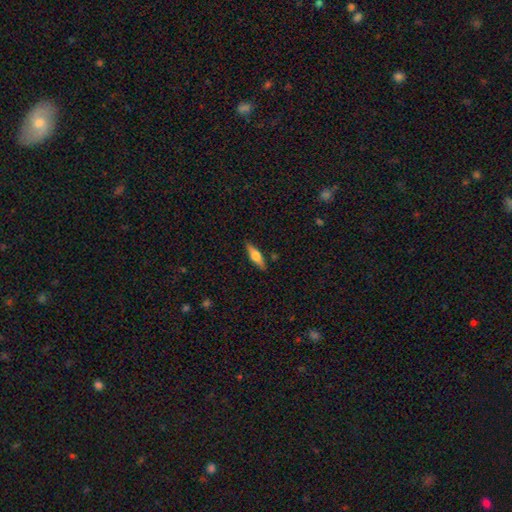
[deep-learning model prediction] Smooth or featured: featured or disk — 47% (tied with smooth — 47%)
Merging: none — 88% (minor disturbance — 9%)